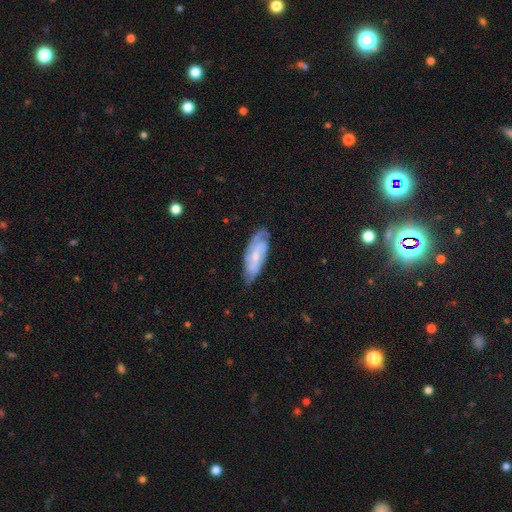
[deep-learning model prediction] This appears to be a featured or disk galaxy (71%) with no bar (53%), 2 (36%) tight (49%) spiral arms (91%) and a small central bulge (63%). Merging: none (71%).